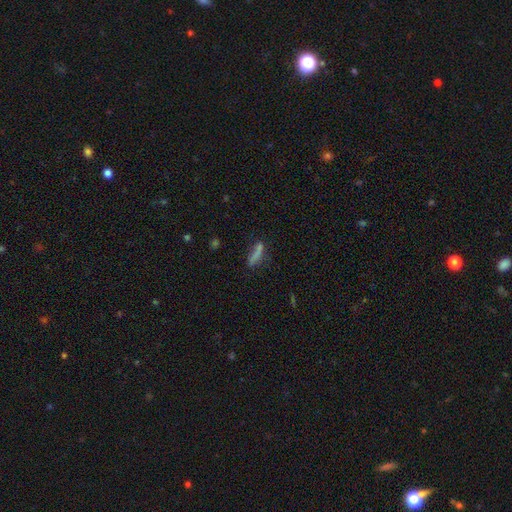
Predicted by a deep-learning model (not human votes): Smooth or featured: smooth — 68% (featured or disk — 18%)
How rounded: cigar-shaped — 78% (in between — 18%)
Merging: none — 65% (minor disturbance — 19%)